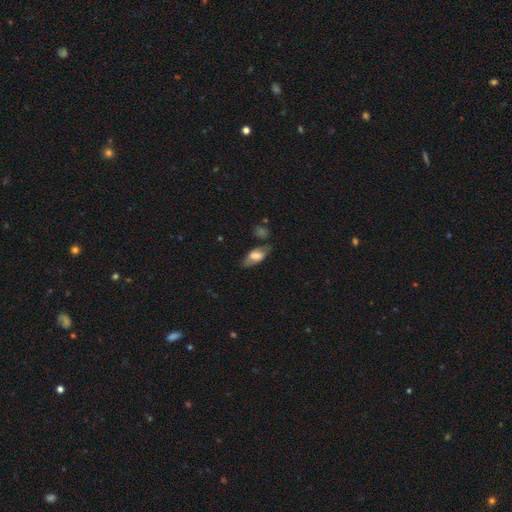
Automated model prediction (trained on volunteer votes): This is possibly a smooth galaxy (53%). How rounded: clearly in between (80%). Merging: likely none (61%).